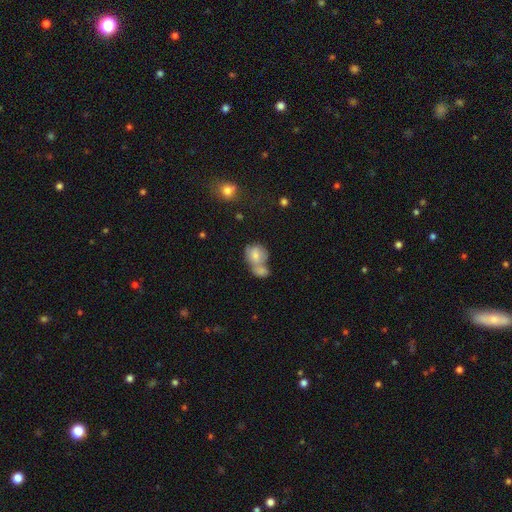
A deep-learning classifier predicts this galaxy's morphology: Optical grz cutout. It shows a smooth galaxy with no disk features (68%) that is round (57%). Merging: merger (62%).